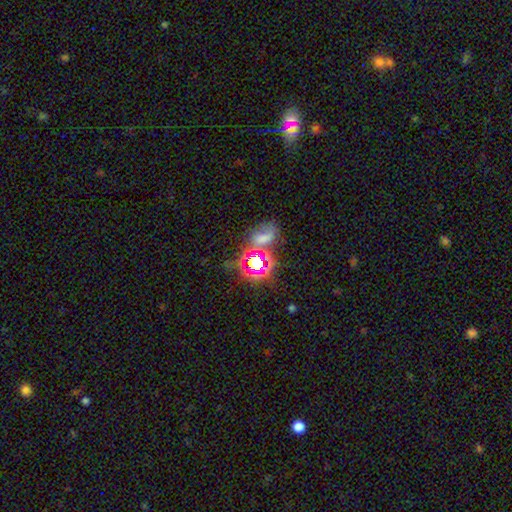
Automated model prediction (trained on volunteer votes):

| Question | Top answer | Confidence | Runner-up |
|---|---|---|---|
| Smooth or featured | smooth | 47% | star or artifact (37%) |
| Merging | none | 53% | merger (29%) |